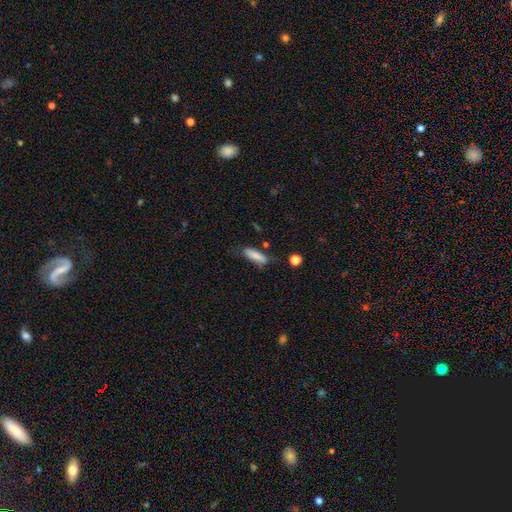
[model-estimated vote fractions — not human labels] smooth_or_featured: smooth (p=0.80) [alt: featured or disk p=0.13]
how_rounded: cigar-shaped (p=0.50) [alt: in between p=0.48]
merging: none (p=0.63) [alt: minor disturbance p=0.25]